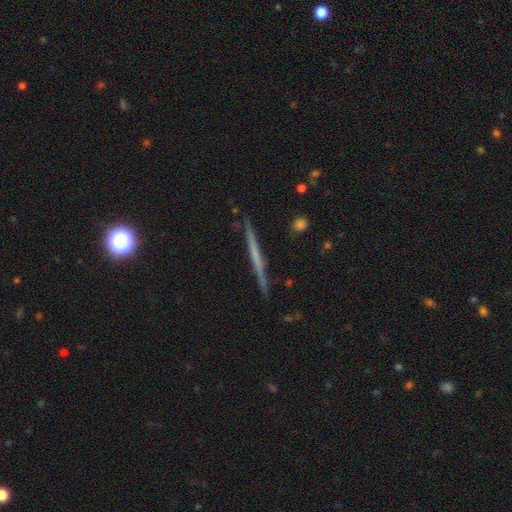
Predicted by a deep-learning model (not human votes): Morphology: type=featured or disk (59%); edge-on=yes (97%); edge-on bulge=none (84%); merging=none (90%).